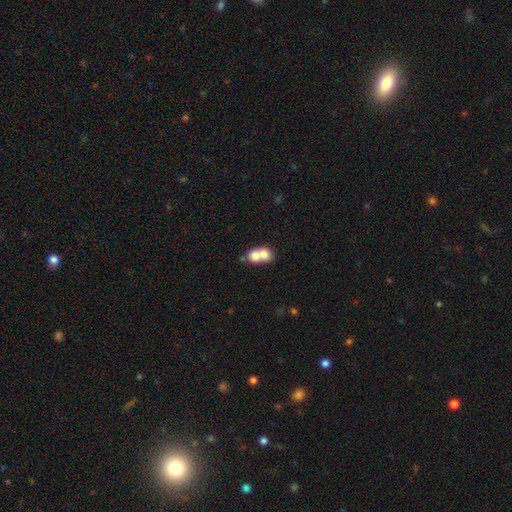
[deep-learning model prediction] smooth-or-featured: smooth: 71% | featured or disk: 21% | star or artifact: 9%
  how-rounded: in between: 52% | round: 46% | cigar-shaped: 2%
  merging: merger: 74% | none: 18% | minor disturbance: 5% | major disturbance: 3%